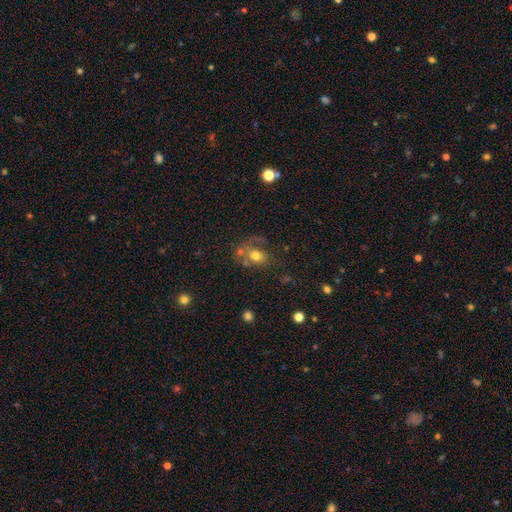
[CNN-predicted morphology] This appears to be a smooth galaxy with no disk features (65%) that is in between round and cigar-shaped (52%). Merging: none (41%).